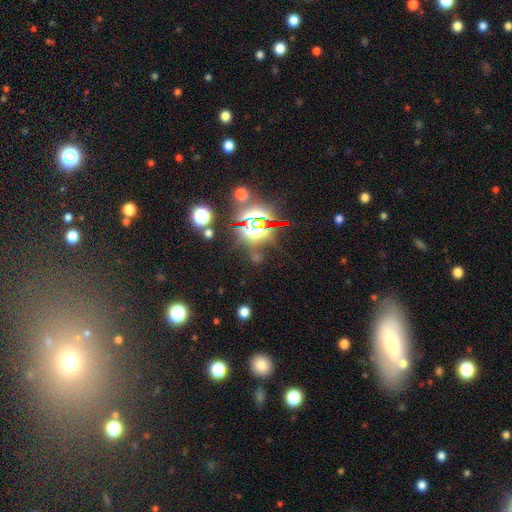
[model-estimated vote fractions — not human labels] Smooth or featured?
  - star or artifact: 78% *
  - smooth: 13%
  - featured or disk: 10%